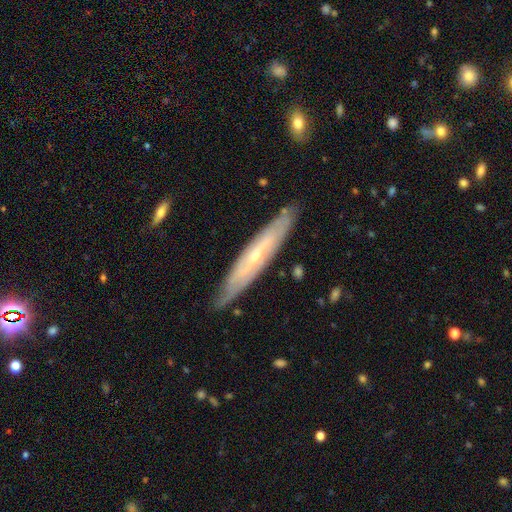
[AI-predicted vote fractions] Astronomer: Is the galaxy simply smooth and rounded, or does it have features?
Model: featured or disk — 72%.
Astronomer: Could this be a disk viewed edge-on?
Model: yes — 60% (runner-up: no, 40%).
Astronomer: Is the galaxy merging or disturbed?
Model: none — 83%.